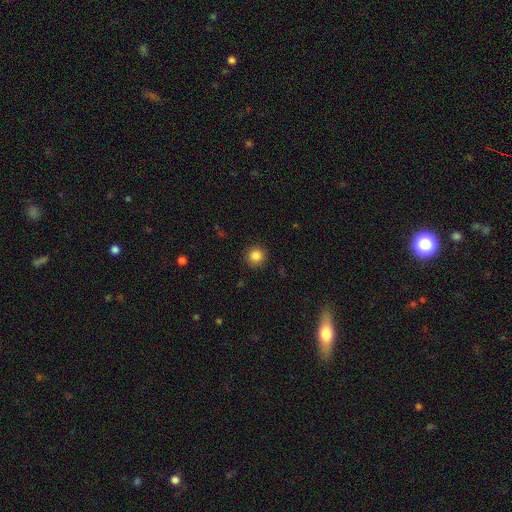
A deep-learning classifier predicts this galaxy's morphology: Q: Smooth or featured?
A: smooth (85%); runner-up: star or artifact (10%)
Q: How rounded?
A: round (93%); runner-up: in between (6%)
Q: Merging?
A: none (90%); runner-up: minor disturbance (7%)